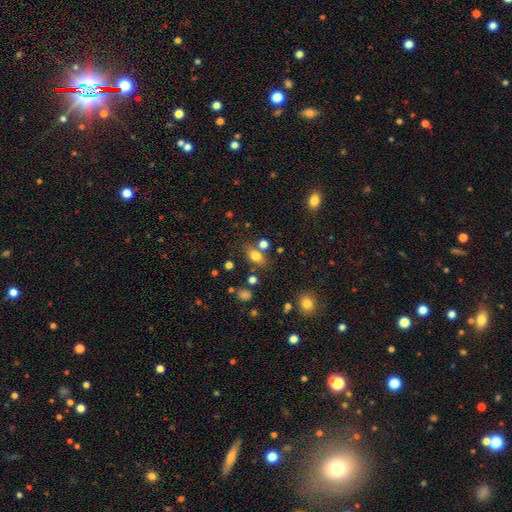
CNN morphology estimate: type=smooth (77%); roundness=in between (77%); merging=none (68%).